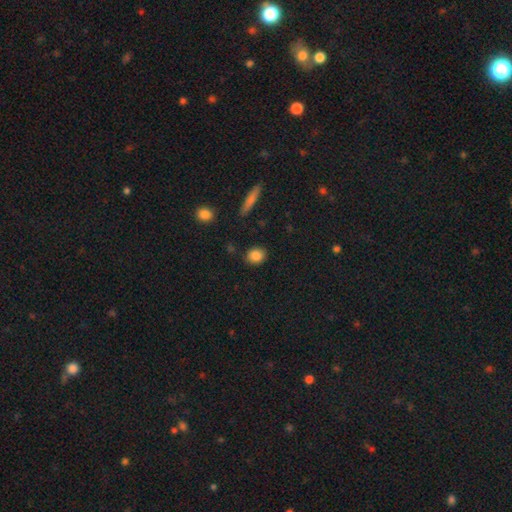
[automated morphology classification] smooth_or_featured: smooth (p=0.85) [alt: star or artifact p=0.09]
how_rounded: round (p=0.70) [alt: in between p=0.28]
merging: none (p=0.87) [alt: minor disturbance p=0.08]